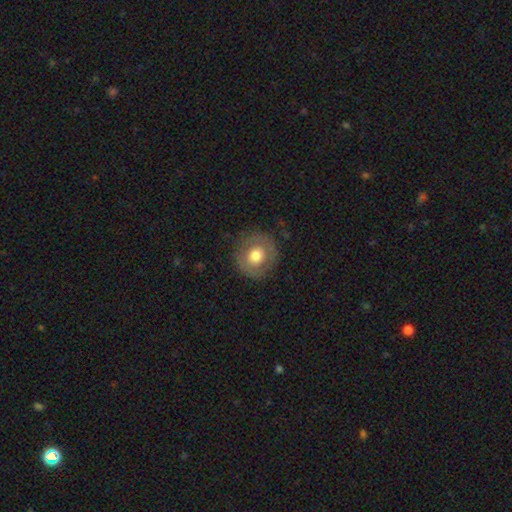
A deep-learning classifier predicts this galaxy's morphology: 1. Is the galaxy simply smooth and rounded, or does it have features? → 62% smooth, 30% featured or disk, 8% star or artifact.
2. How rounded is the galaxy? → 92% round, 7% in between, 1% cigar-shaped.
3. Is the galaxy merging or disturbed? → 83% none, 11% minor disturbance, 5% major disturbance, 1% merger.